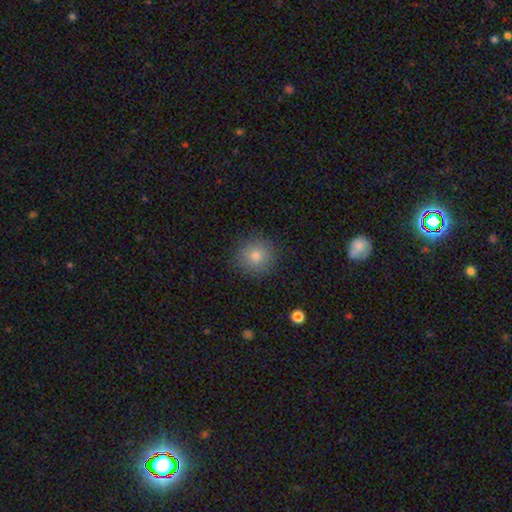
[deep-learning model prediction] Smooth or featured?
  - smooth: 80% *
  - star or artifact: 12%
  - featured or disk: 8%
How rounded?
  - round: 93% *
  - in between: 6%
  - cigar-shaped: 1%
Merging?
  - none: 90% *
  - minor disturbance: 7%
  - major disturbance: 2%
  - merger: 1%